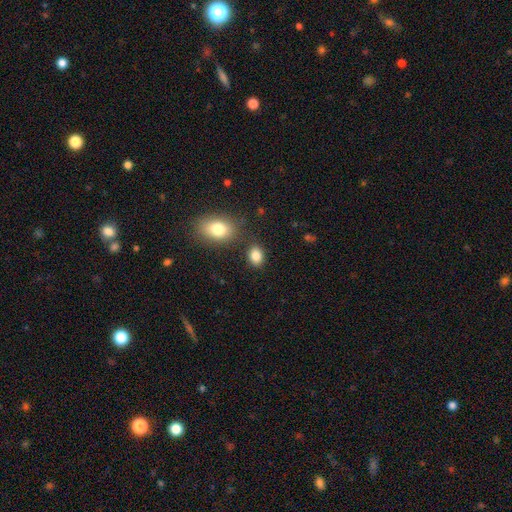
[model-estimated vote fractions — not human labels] The model was most divided on "how rounded": in between: 71%, round: 27%, cigar-shaped: 1%. More confident: smooth or featured — smooth (85%); merging — none (78%).